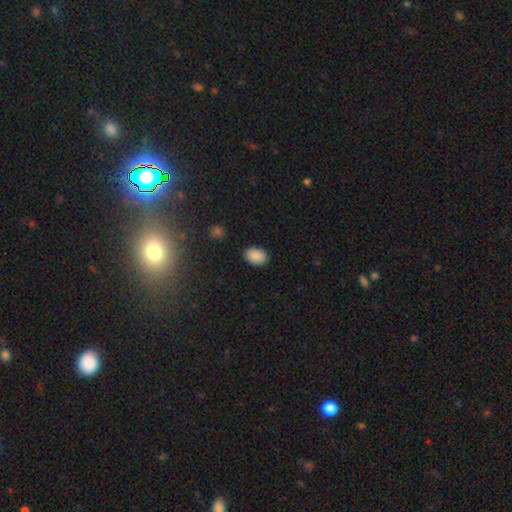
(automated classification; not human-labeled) smooth 89%, star or artifact 8%, featured or disk 3%. Down the decision tree: how rounded — in between (84%); merging — none (87%).